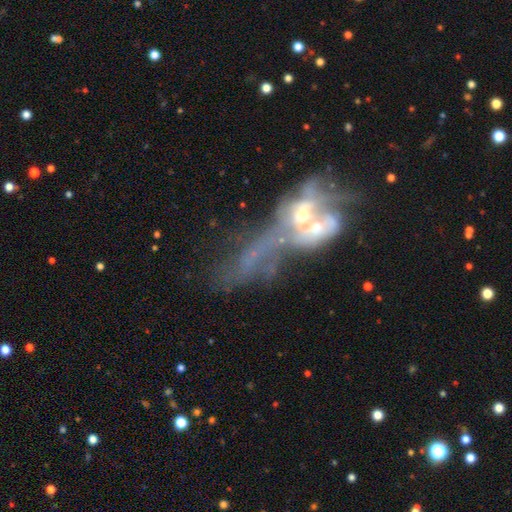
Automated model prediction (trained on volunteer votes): smooth_or_featured: featured or disk (p=0.63) [alt: smooth p=0.21]
disk_edge_on: no (p=0.85) [alt: yes p=0.15]
bar: no (p=0.79) [alt: weak p=0.15]
has_spiral_arms: no (p=0.69) [alt: yes p=0.31]
bulge_size: moderate (p=0.45) [alt: small p=0.28]
merging: merger (p=0.71) [alt: major disturbance p=0.17]